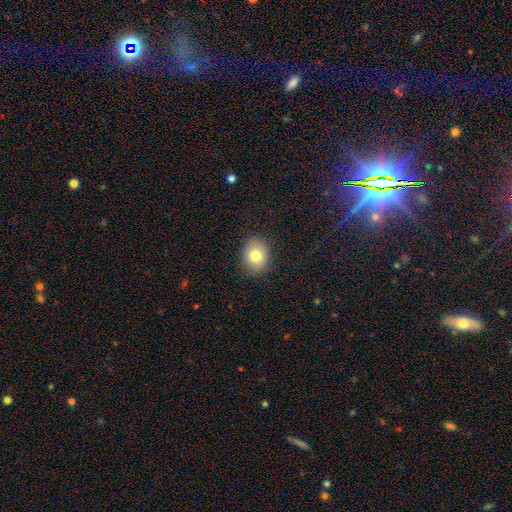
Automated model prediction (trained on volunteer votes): Smooth or featured?
  - smooth: 79% *
  - featured or disk: 11%
  - star or artifact: 10%
How rounded?
  - round: 55% *
  - in between: 45%
  - cigar-shaped: 1%
Merging?
  - none: 87% *
  - minor disturbance: 9%
  - major disturbance: 3%
  - merger: 1%